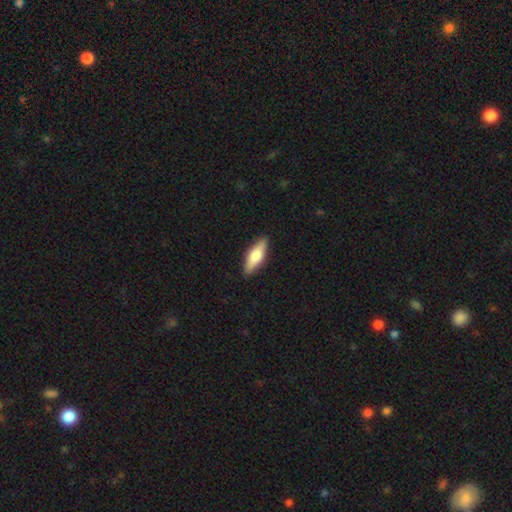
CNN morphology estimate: smooth 61%, featured or disk 33%, star or artifact 6%. Down the decision tree: how rounded — cigar-shaped (49%, tied with in between); merging — none (89%).